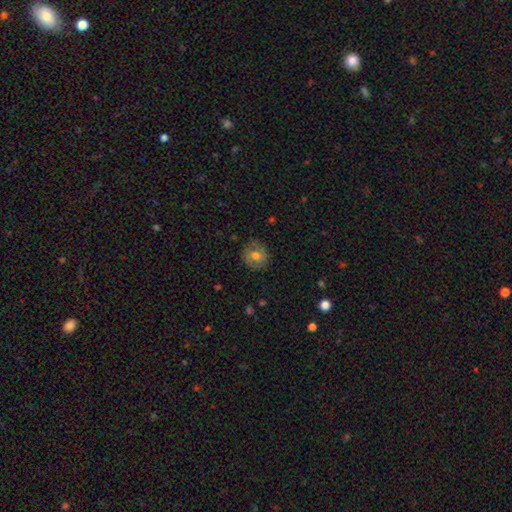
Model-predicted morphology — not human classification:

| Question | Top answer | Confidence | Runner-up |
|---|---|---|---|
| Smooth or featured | smooth | 56% | featured or disk (35%) |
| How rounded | round | 82% | in between (17%) |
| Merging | none | 79% | minor disturbance (15%) |